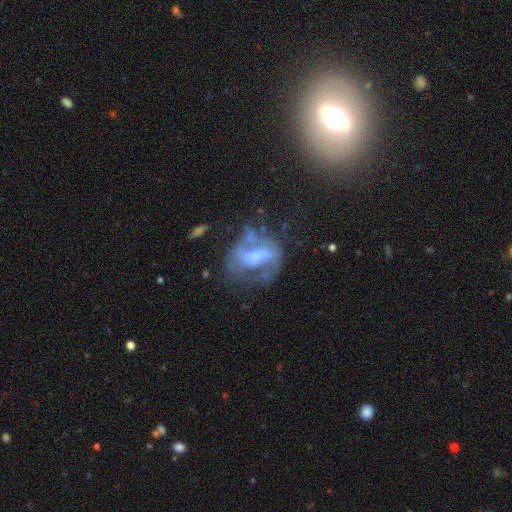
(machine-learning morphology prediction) Smooth or featured? featured or disk (63%)
Edge-on disk? no (96%)
Bar? no (48%)
Spiral arms? no (52%)
Bulge size? none (33%)
Merging? none (37%)